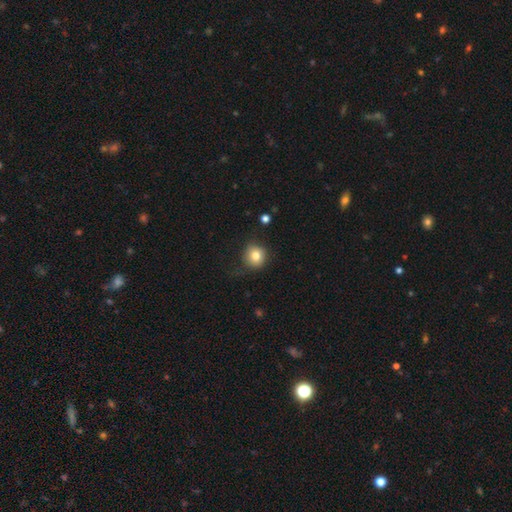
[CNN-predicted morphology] Overall: smooth (80%). How rounded: round (90%). Merging: none (75%).